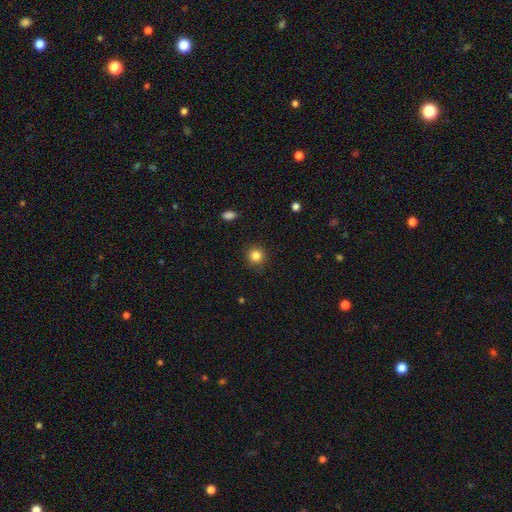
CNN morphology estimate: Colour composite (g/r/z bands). It shows a smooth galaxy with no disk features (84%) that is round (93%). Merging: none (88%).